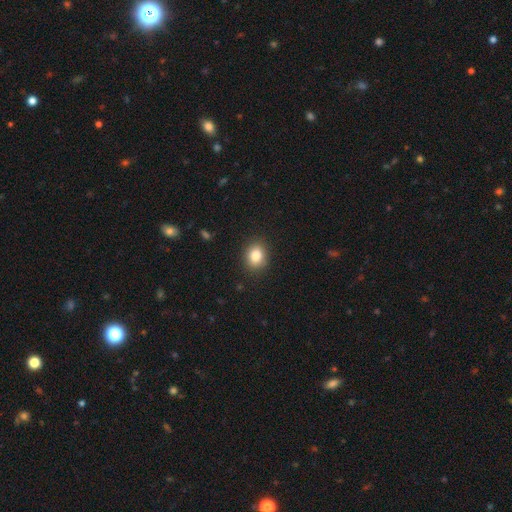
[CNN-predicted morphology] This appears to be a smooth galaxy with no disk features (85%) that is round (59%). Merging: none (87%).